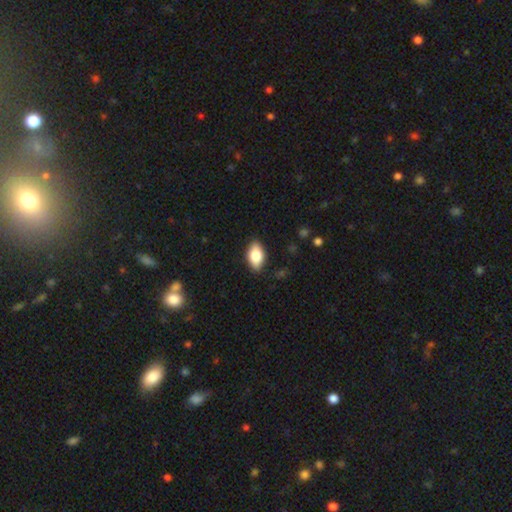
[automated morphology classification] This is likely a smooth galaxy (75%). How rounded: clearly in between (89%). Merging: clearly none (86%).